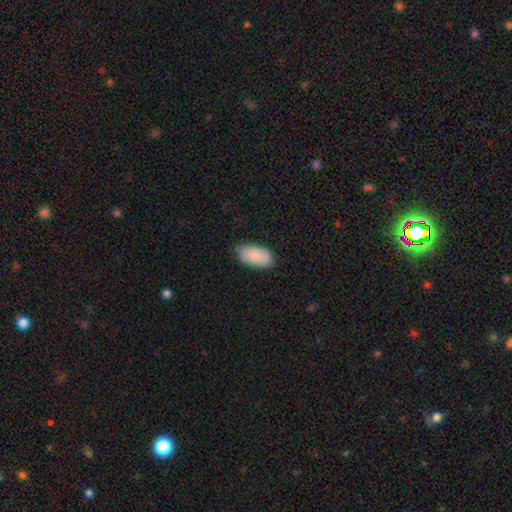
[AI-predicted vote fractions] smooth 86%, featured or disk 8%, star or artifact 6%. Down the decision tree: how rounded — in between (95%); merging — none (73%).